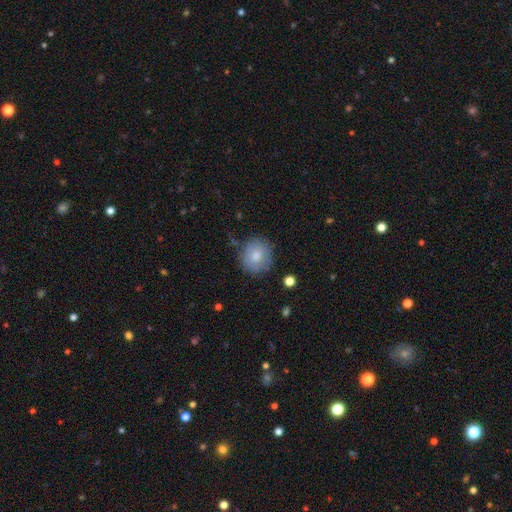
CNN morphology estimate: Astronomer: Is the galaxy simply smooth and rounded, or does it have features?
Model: smooth — 75%.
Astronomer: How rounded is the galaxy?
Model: round — 83%.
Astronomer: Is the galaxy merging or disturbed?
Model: none — 75%.